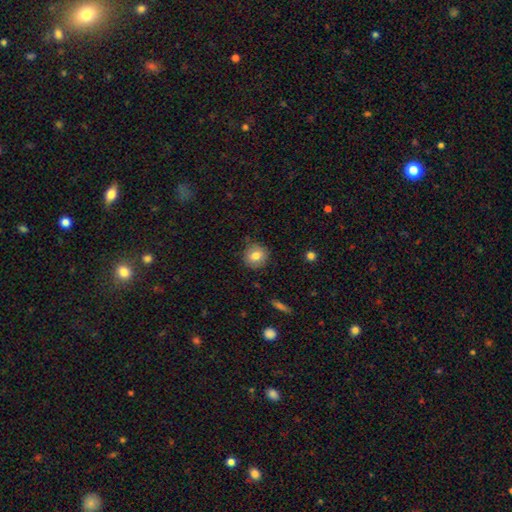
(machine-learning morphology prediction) Smooth or featured: smooth — 80% (featured or disk — 11%)
How rounded: round — 90% (in between — 9%)
Merging: none — 85% (minor disturbance — 11%)